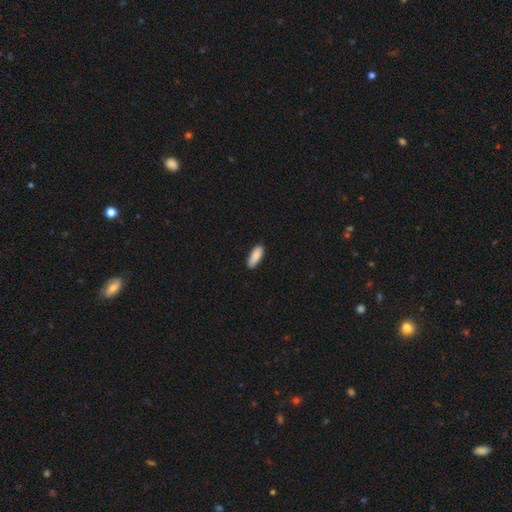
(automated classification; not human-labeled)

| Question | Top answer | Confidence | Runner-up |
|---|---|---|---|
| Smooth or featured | smooth | 86% | featured or disk (8%) |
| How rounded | in between | 68% | cigar-shaped (30%) |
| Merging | none | 87% | minor disturbance (10%) |